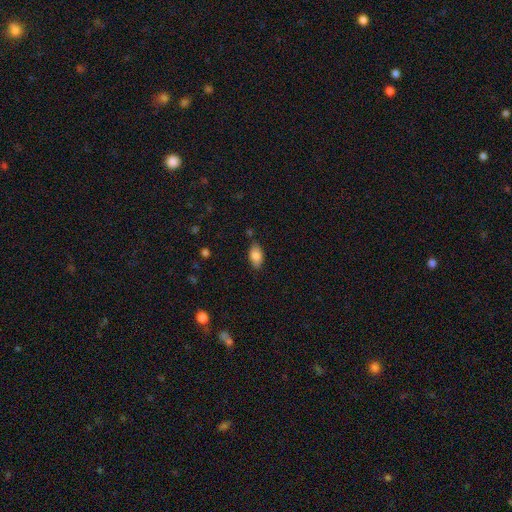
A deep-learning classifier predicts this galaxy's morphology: type=smooth (84%); roundness=in between (92%); merging=none (80%).